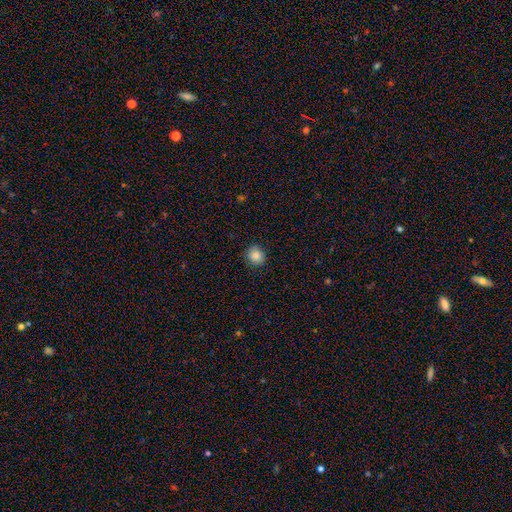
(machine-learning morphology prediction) Q: Smooth or featured?
A: smooth (85%); runner-up: star or artifact (10%)
Q: How rounded?
A: round (88%); runner-up: in between (11%)
Q: Merging?
A: none (88%); runner-up: minor disturbance (9%)